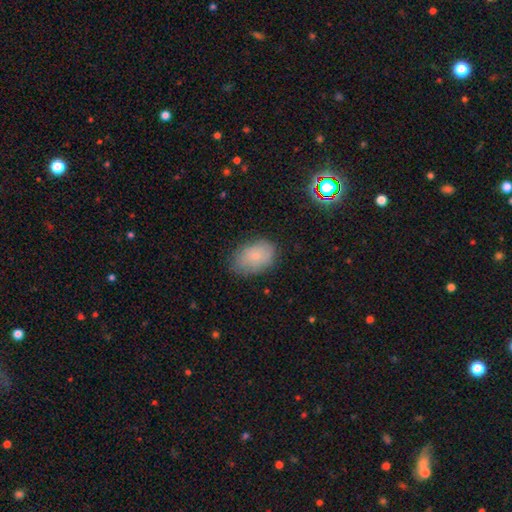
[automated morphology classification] smooth-or-featured: smooth: 75% | featured or disk: 15% | star or artifact: 9%
  how-rounded: in between: 85% | round: 13% | cigar-shaped: 1%
  merging: none: 74% | minor disturbance: 20% | major disturbance: 5% | merger: 1%